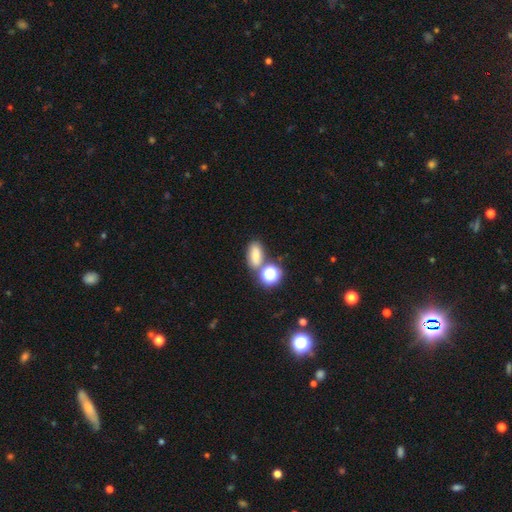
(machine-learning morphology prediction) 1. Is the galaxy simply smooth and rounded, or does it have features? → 70% smooth, 19% star or artifact, 11% featured or disk.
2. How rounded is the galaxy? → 74% in between, 20% round, 6% cigar-shaped.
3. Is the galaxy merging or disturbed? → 64% none, 18% merger, 13% minor disturbance, 5% major disturbance.